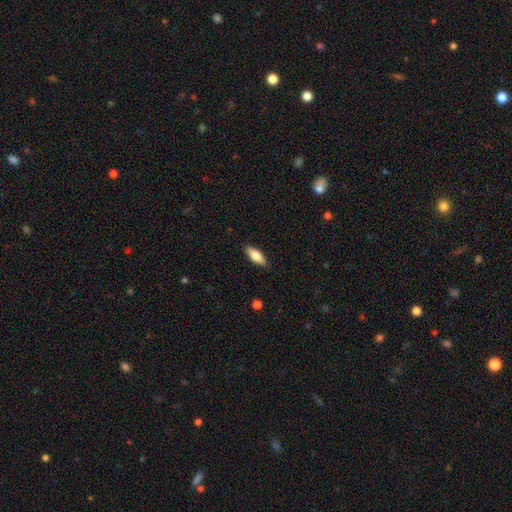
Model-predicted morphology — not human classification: smooth-or-featured: smooth: 73% | featured or disk: 21% | star or artifact: 6%
  how-rounded: in between: 69% | cigar-shaped: 29% | round: 2%
  merging: none: 87% | minor disturbance: 10% | major disturbance: 2% | merger: 1%